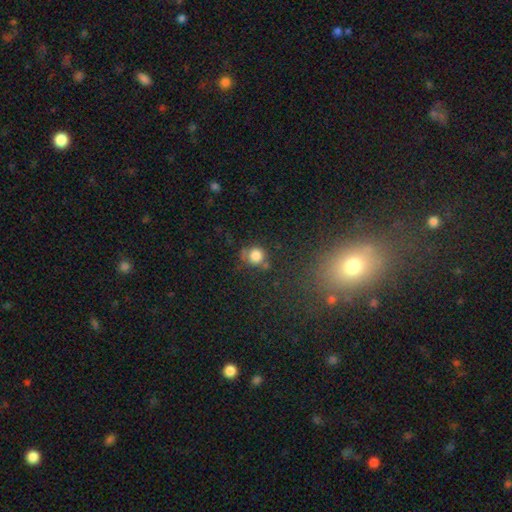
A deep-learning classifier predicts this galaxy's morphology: Smooth or featured: smooth — 81% (star or artifact — 13%)
How rounded: round — 89% (in between — 9%)
Merging: none — 65% (minor disturbance — 19%)